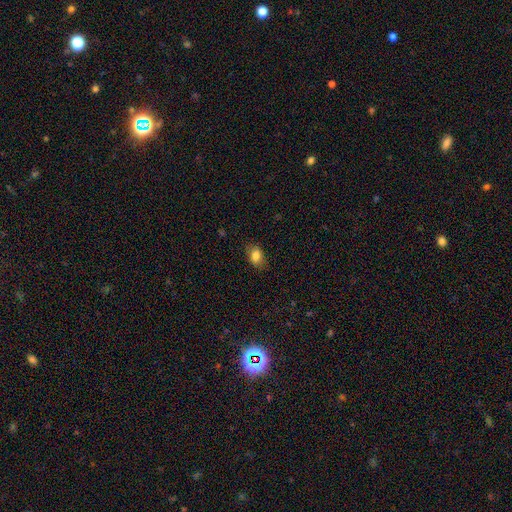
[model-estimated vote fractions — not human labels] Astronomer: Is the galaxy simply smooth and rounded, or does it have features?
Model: smooth — 83%.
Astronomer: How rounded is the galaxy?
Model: in between — 82%.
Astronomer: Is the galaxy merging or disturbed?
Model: none — 81%.